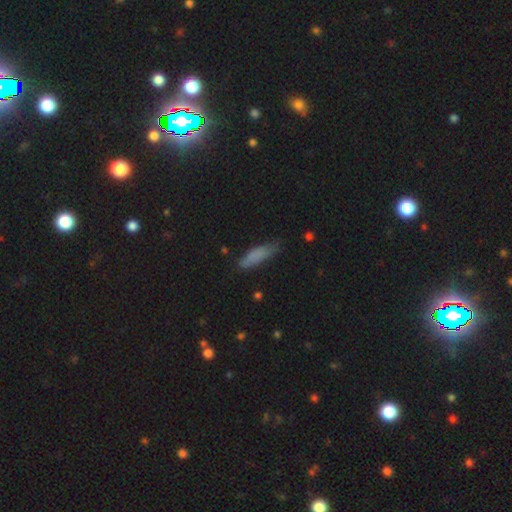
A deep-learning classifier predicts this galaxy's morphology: The model was most divided on "how rounded": cigar-shaped: 63%, in between: 35%, round: 2%. More confident: smooth or featured — smooth (79%); merging — none (68%).